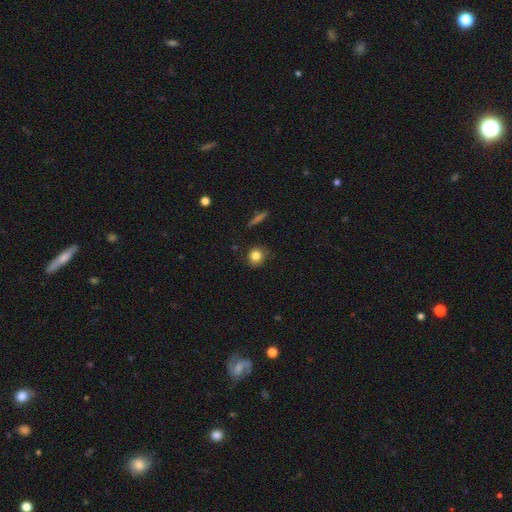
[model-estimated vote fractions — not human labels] smooth 82%, star or artifact 10%, featured or disk 8%. Down the decision tree: how rounded — round (84%); merging — none (79%).